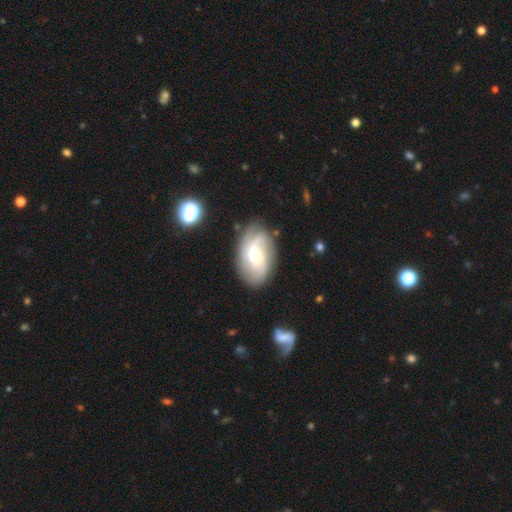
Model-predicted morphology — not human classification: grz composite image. It shows a featured or disk galaxy (68%) with no bar (58%), 2 (47%) medium (39%) spiral arms (89%) and a moderate central bulge (55%). Merging: none (75%).